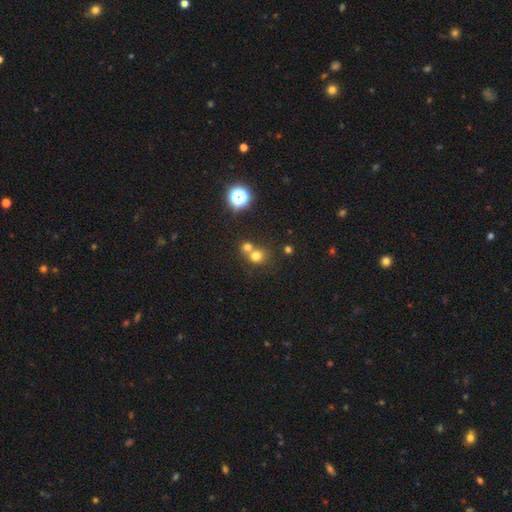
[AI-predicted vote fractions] smooth_or_featured: smooth (p=0.72) [alt: star or artifact p=0.18]
how_rounded: round (p=0.82) [alt: in between p=0.17]
merging: merger (p=0.48) [alt: none p=0.43]